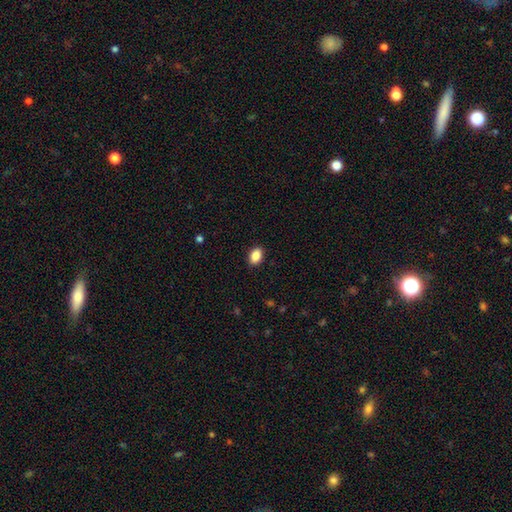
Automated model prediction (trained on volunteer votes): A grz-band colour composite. It shows a smooth galaxy with no disk features (88%) that is in between round and cigar-shaped (82%). Merging: none (90%).